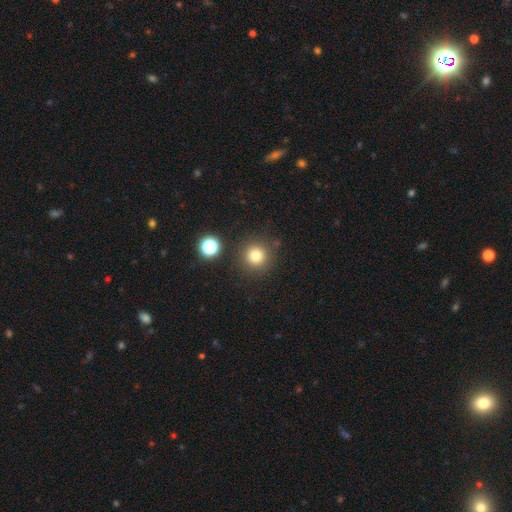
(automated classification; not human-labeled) smooth_or_featured: smooth (p=0.80) [alt: star or artifact p=0.14]
how_rounded: round (p=0.95) [alt: in between p=0.04]
merging: none (p=0.86) [alt: minor disturbance p=0.07]